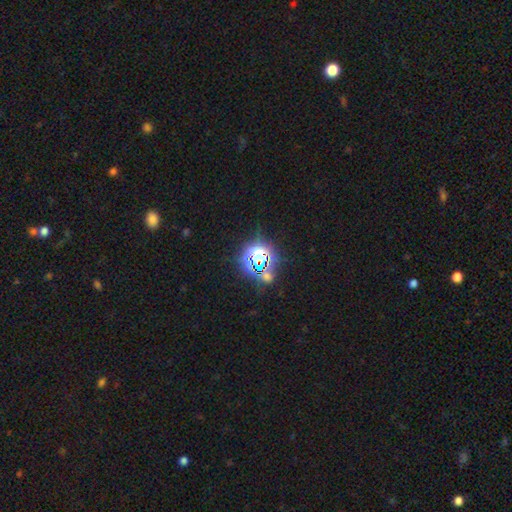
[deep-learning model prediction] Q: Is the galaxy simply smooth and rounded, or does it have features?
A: star or artifact — 78%.